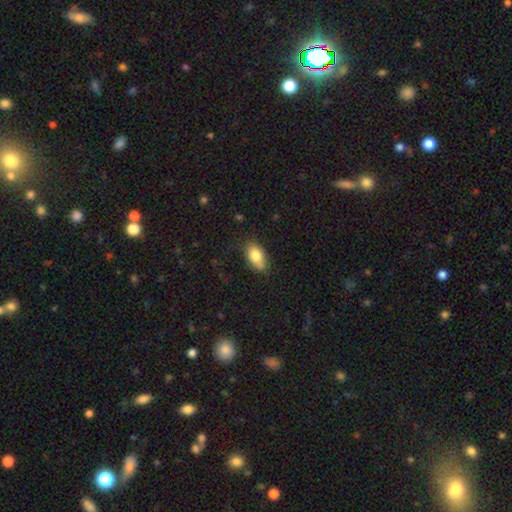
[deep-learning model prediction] Morphology: type=smooth (80%); roundness=in between (88%); merging=none (65%).